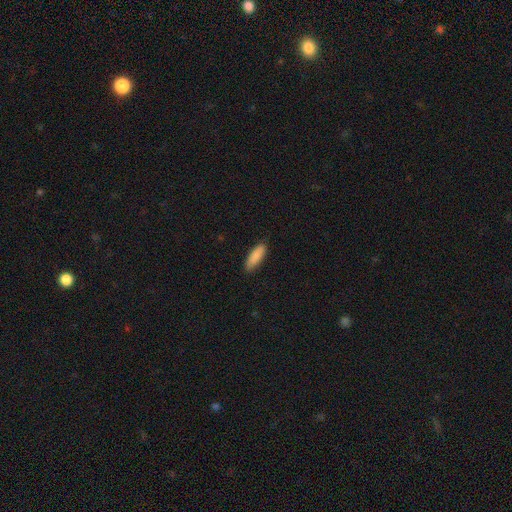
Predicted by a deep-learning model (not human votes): smooth_or_featured: smooth (p=0.88) [alt: featured or disk p=0.07]
how_rounded: in between (p=0.56) [alt: cigar-shaped p=0.43]
merging: none (p=0.86) [alt: minor disturbance p=0.11]